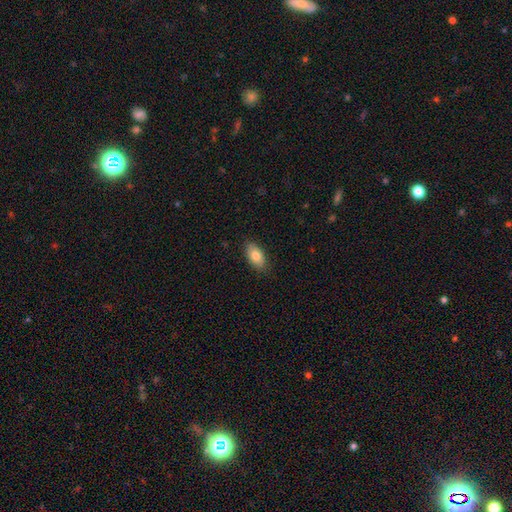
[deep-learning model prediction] Overall: smooth (82%). How rounded: in between (93%). Merging: none (87%).